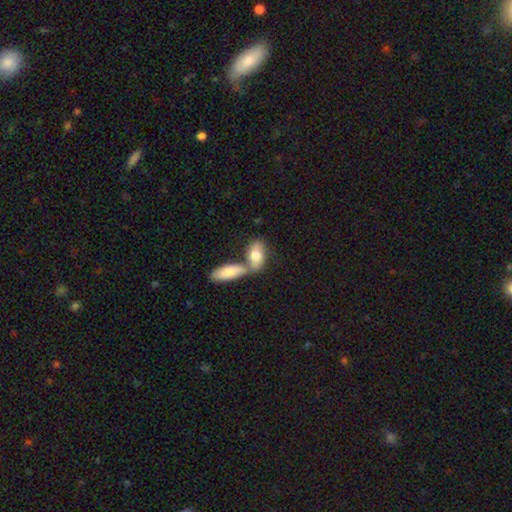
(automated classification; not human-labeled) smooth 74%, featured or disk 20%, star or artifact 6%. Down the decision tree: how rounded — in between (84%); merging — merger (50%).